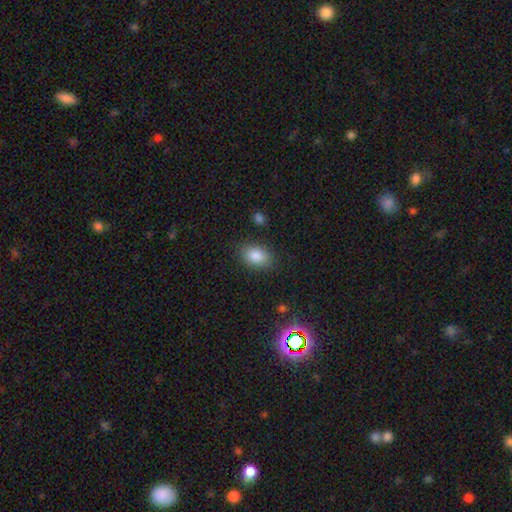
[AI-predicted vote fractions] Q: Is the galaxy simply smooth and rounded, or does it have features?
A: smooth — 85%.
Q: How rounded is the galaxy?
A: in between — 84%.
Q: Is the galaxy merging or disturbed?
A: none — 83%.